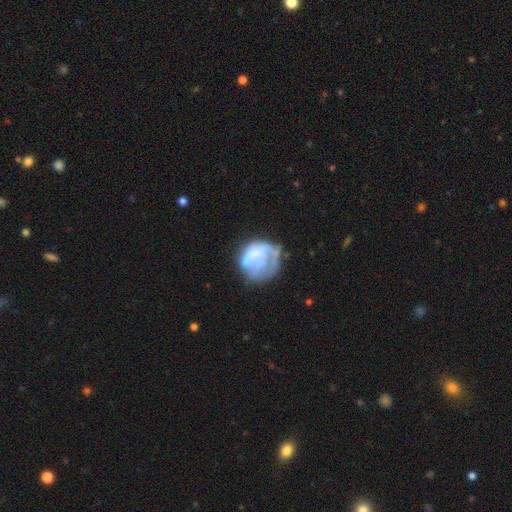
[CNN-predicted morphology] A featured or disk galaxy (47%). Merging: none (41%).